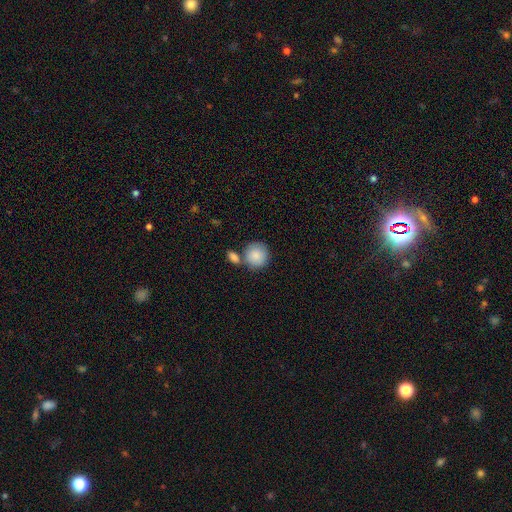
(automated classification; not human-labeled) Smooth or featured? Predicted: smooth (p=0.87). How rounded? Predicted: round (p=0.90). Merging? Predicted: none (p=0.60).